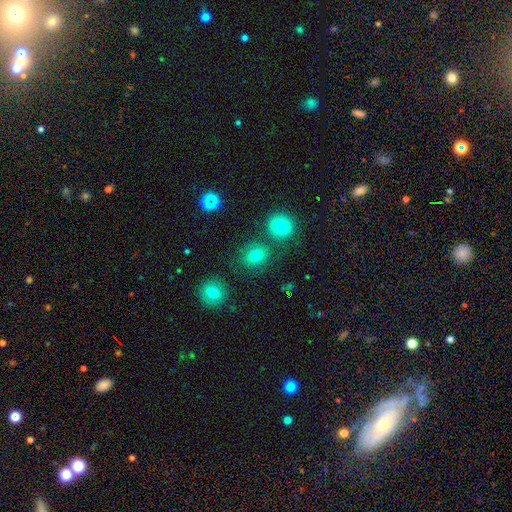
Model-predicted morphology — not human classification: Q: Smooth or featured?
A: smooth (76%); runner-up: star or artifact (15%)
Q: How rounded?
A: round (64%); runner-up: in between (35%)
Q: Merging?
A: none (75%); runner-up: minor disturbance (11%)